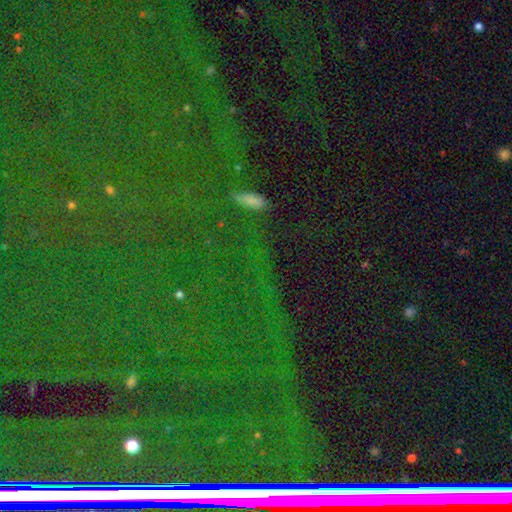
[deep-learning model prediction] Smooth or featured? star or artifact (78%)